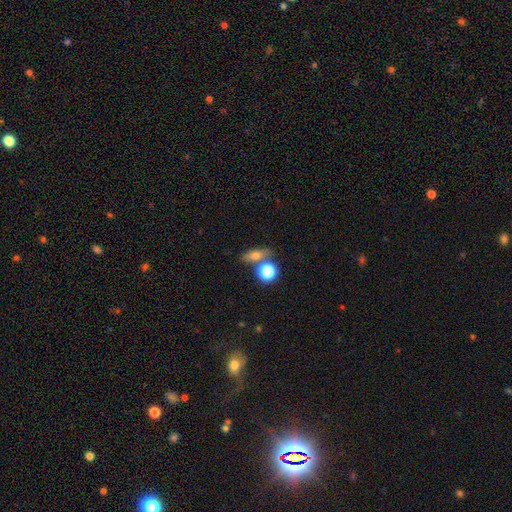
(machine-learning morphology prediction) Smooth or featured: smooth — 66% (featured or disk — 19%)
How rounded: in between — 55% (round — 26%)
Merging: none — 62% (merger — 22%)